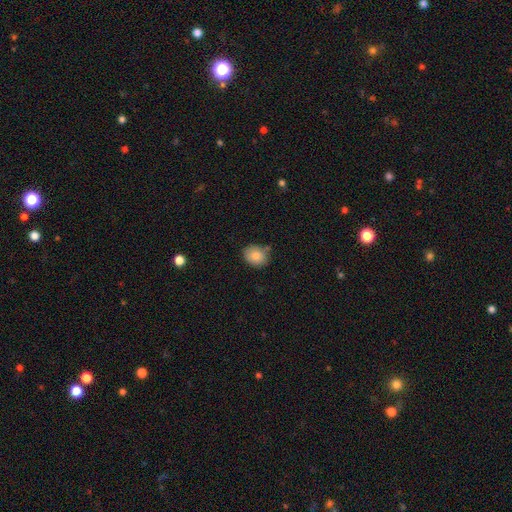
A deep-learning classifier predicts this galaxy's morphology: This is clearly a smooth galaxy (85%). How rounded: possibly round (58%). Merging: likely none (69%).